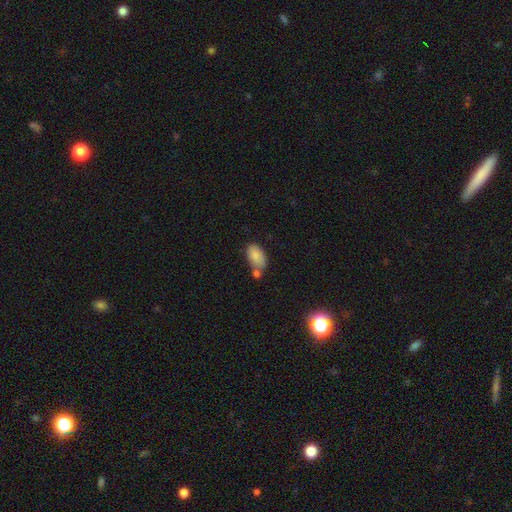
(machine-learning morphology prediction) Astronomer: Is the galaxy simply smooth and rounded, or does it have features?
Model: smooth — 85%.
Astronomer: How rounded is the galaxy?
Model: in between — 94%.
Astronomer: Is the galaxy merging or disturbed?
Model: none — 51% (runner-up: merger, 27%).